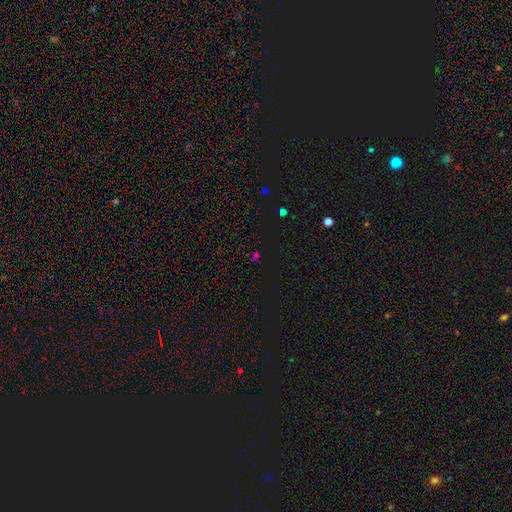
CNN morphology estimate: Smooth or featured? Predicted: star or artifact (p=0.61).